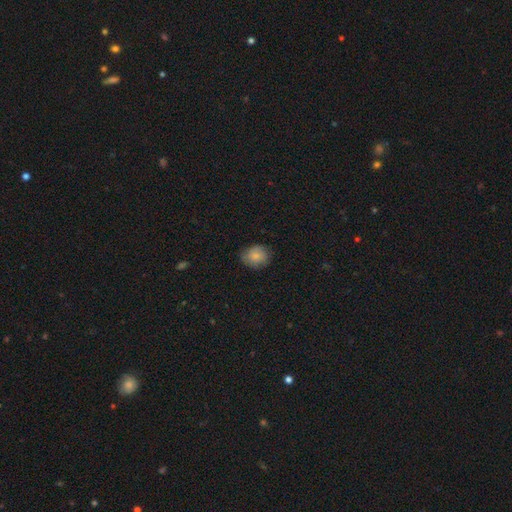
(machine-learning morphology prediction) A smooth galaxy with no disk features (82%) that is round (61%).

Vote fractions:
- Smooth or featured? smooth: 82% / featured or disk: 11% / star or artifact: 8%
- How rounded? round: 61% / in between: 38% / cigar-shaped: 1%
- Merging? none: 74% / minor disturbance: 21% / major disturbance: 4% / merger: 1%